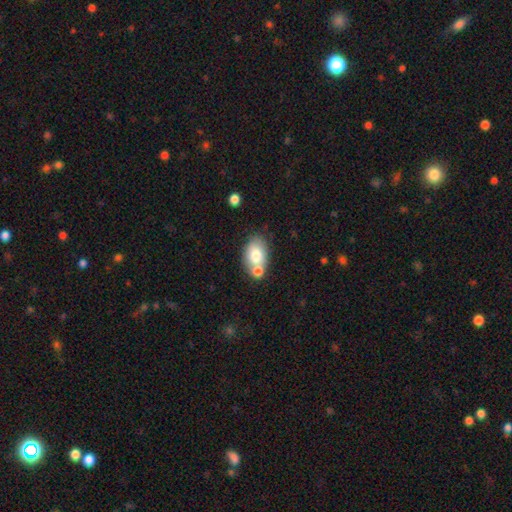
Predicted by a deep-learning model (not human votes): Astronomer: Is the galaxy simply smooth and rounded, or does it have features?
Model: smooth — 73%.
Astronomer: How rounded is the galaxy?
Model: in between — 84%.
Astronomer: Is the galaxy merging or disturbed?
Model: none — 46% (runner-up: merger, 36%).